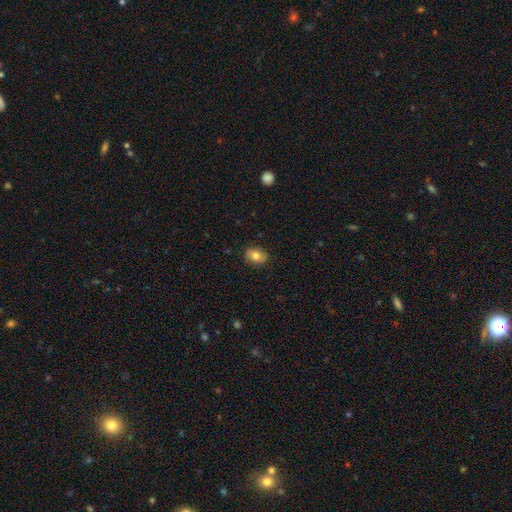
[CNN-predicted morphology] Smooth or featured? smooth (78%)
How rounded? in between (73%)
Merging? none (86%)